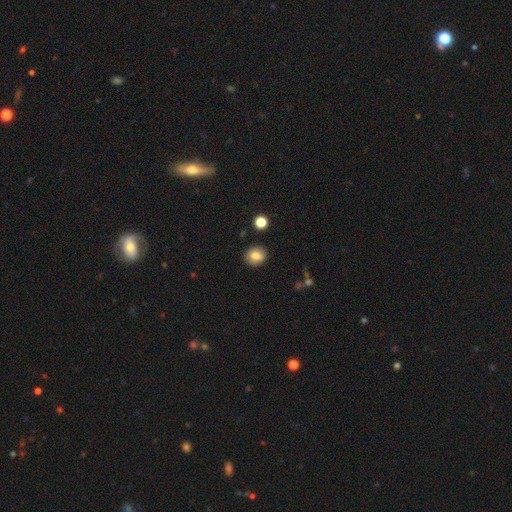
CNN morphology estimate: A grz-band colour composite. It shows a smooth galaxy with no disk features (80%) that is round (74%). Merging: none (88%).